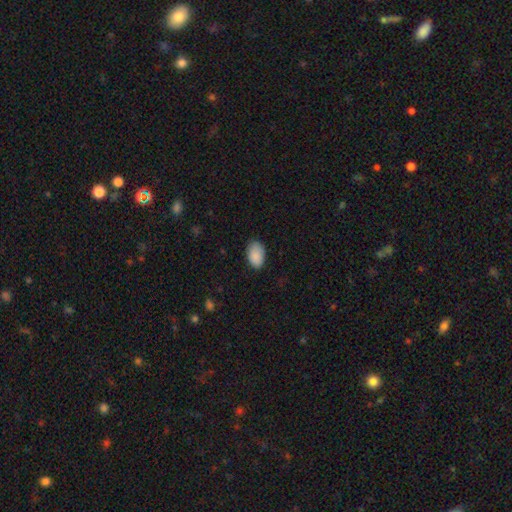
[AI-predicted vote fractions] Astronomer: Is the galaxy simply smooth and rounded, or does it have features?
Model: smooth — 89%.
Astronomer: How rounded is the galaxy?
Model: in between — 92%.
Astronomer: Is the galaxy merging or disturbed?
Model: none — 80%.